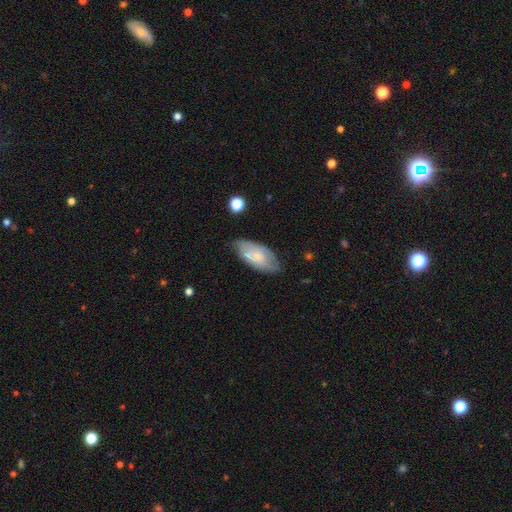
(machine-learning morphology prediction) Smooth or featured? smooth (53%)
How rounded? in between (91%)
Merging? none (60%)